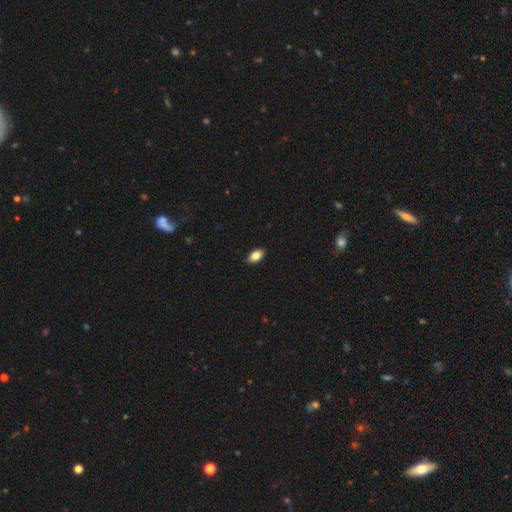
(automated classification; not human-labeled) This is clearly a smooth galaxy (83%). How rounded: clearly in between (92%). Merging: clearly none (89%).